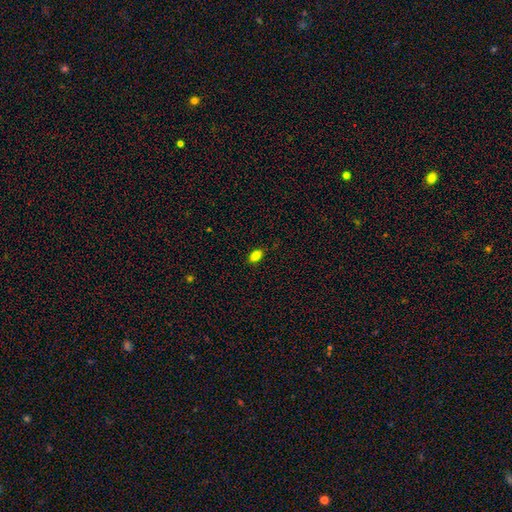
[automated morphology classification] Smooth or featured?
  - smooth: 83% *
  - star or artifact: 10%
  - featured or disk: 7%
How rounded?
  - in between: 88% *
  - round: 8%
  - cigar-shaped: 3%
Merging?
  - none: 87% *
  - minor disturbance: 10%
  - major disturbance: 2%
  - merger: 1%